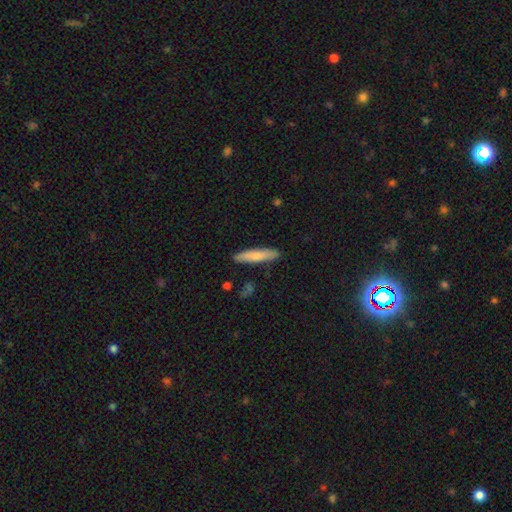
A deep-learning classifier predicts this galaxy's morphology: Smooth or featured? smooth (76%)
How rounded? cigar-shaped (87%)
Merging? none (87%)